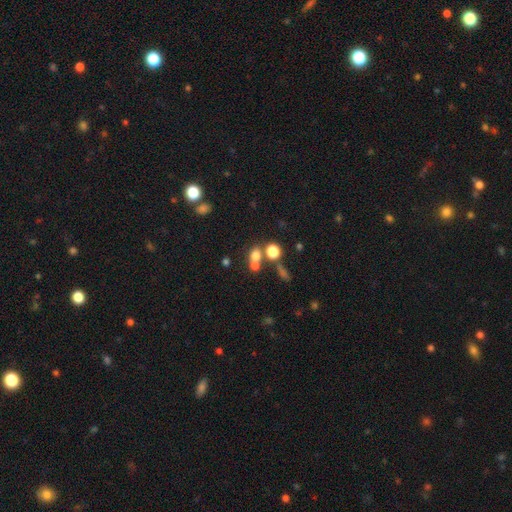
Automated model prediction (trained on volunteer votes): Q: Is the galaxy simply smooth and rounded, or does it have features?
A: smooth — 69%.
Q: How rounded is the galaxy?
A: round — 65%.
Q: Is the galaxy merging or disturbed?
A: none — 46%.